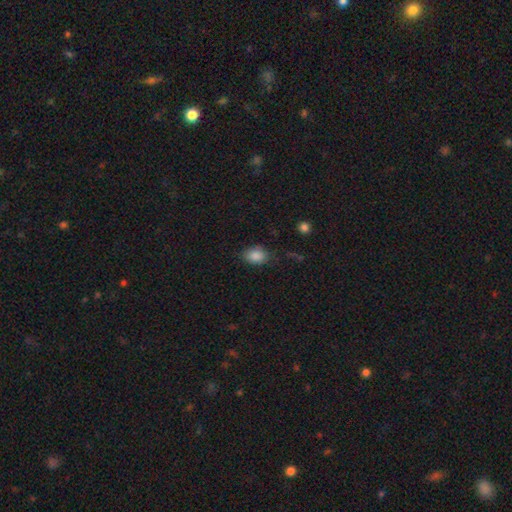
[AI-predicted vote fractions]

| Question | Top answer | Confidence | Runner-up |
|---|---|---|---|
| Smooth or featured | smooth | 86% | star or artifact (9%) |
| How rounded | in between | 71% | round (28%) |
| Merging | none | 77% | minor disturbance (17%) |